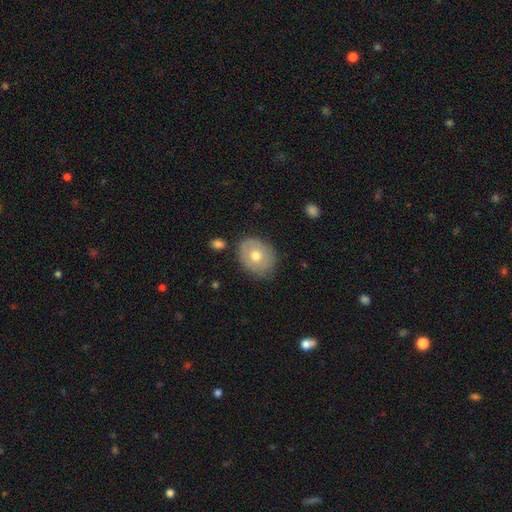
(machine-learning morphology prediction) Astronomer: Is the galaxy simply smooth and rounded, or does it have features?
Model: smooth — 61%.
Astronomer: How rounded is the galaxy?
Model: in between — 55% (runner-up: round, 44%).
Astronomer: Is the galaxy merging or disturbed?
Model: none — 76%.